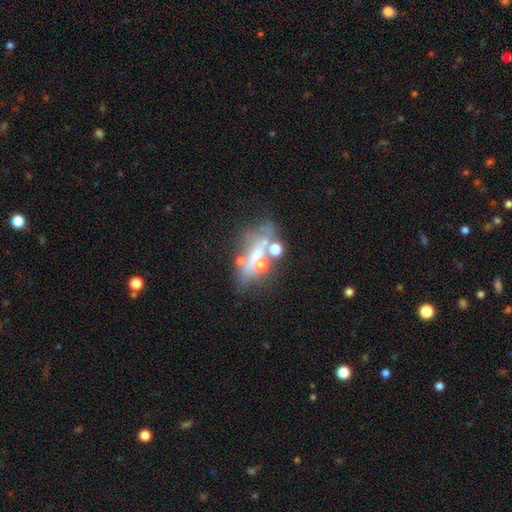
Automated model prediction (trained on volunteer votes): Smooth or featured: featured or disk — 45% (star or artifact — 28%)
Merging: none — 39% (merger — 24%)